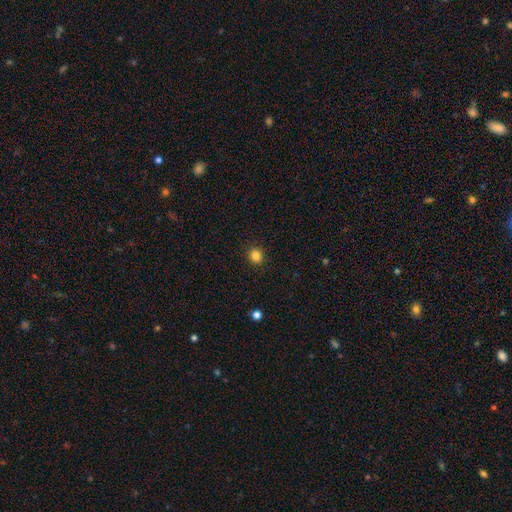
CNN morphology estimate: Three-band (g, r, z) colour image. It shows a smooth galaxy with no disk features (84%) that is round (83%). Merging: none (92%).